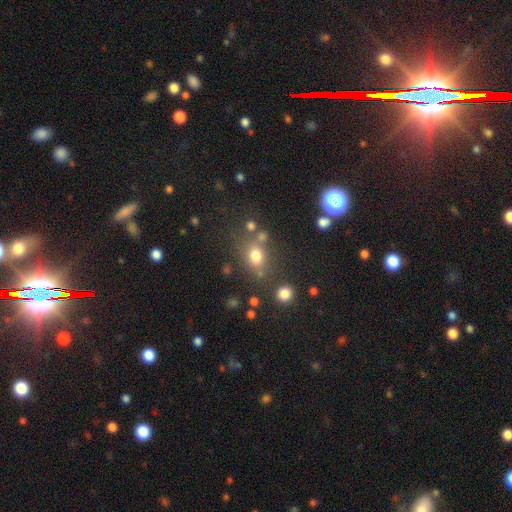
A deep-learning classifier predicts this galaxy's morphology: smooth_or_featured: smooth (p=0.74) [alt: star or artifact p=0.17]
how_rounded: round (p=0.60) [alt: in between p=0.39]
merging: none (p=0.65) [alt: minor disturbance p=0.14]